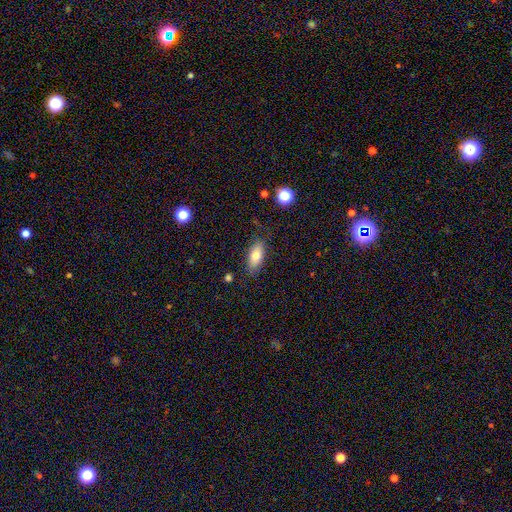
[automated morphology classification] This appears to be a smooth galaxy with no disk features (75%) that is in between round and cigar-shaped (82%). Merging: none (81%).